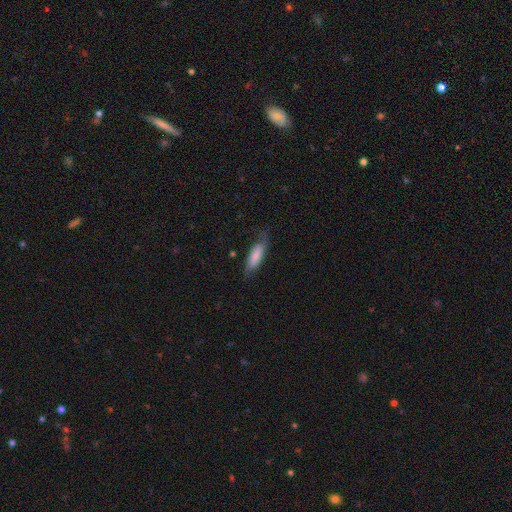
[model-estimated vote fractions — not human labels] Smooth or featured: smooth — 73% (featured or disk — 21%)
How rounded: in between — 55% (cigar-shaped — 43%)
Merging: none — 68% (minor disturbance — 23%)